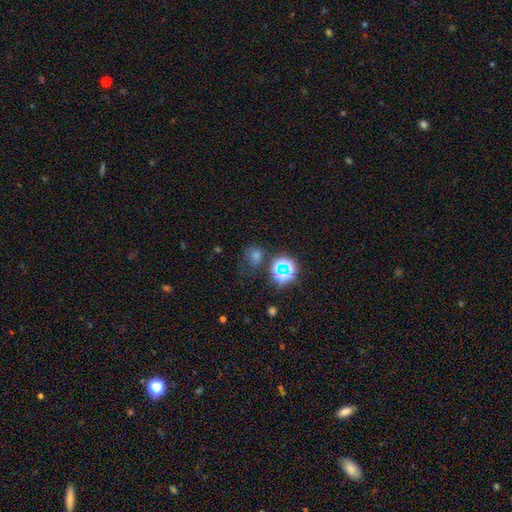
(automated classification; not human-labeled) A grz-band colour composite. It shows a smooth galaxy with no disk features (48%). Merging: none (63%).